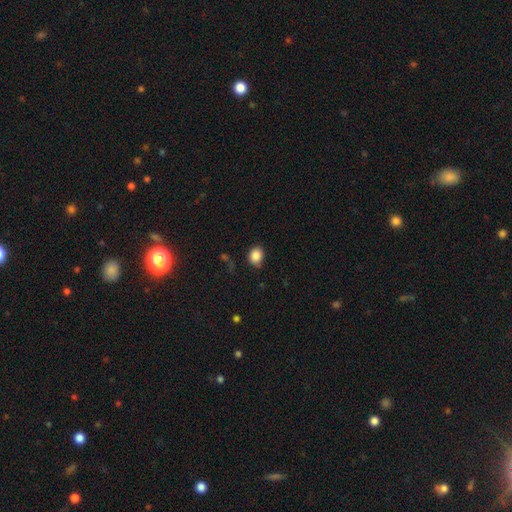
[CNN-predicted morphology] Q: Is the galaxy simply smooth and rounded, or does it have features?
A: smooth — 87%.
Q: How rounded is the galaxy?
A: round — 59%.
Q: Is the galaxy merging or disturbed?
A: none — 76%.